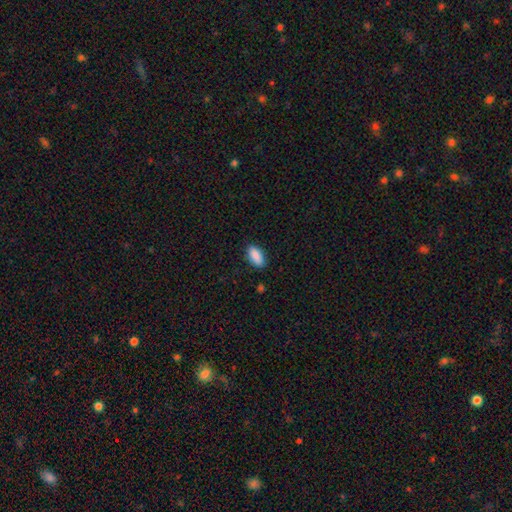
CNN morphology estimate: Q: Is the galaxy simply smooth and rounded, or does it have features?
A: smooth — 90%.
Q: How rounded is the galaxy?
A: in between — 90%.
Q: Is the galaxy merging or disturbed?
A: none — 87%.